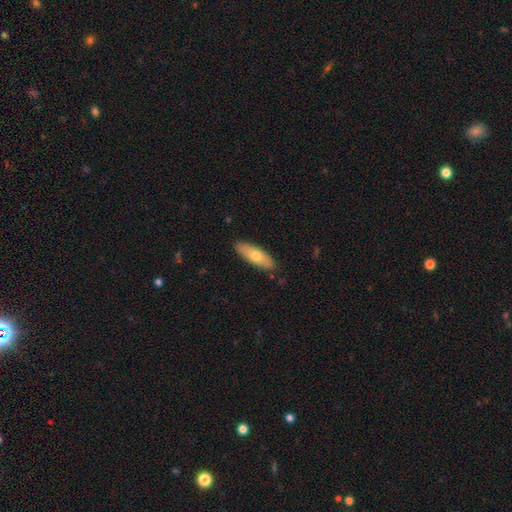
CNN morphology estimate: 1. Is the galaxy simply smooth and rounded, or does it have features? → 67% smooth, 27% featured or disk, 6% star or artifact.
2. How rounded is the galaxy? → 60% in between, 38% cigar-shaped, 2% round.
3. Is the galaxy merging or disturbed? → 87% none, 10% minor disturbance, 2% major disturbance, 1% merger.